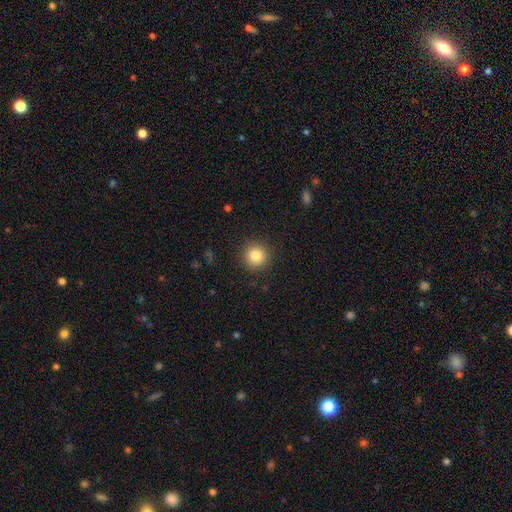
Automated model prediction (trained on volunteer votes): The model was most divided on "smooth or featured": smooth: 84%, star or artifact: 10%, featured or disk: 5%. More confident: how rounded — round (94%); merging — none (91%).